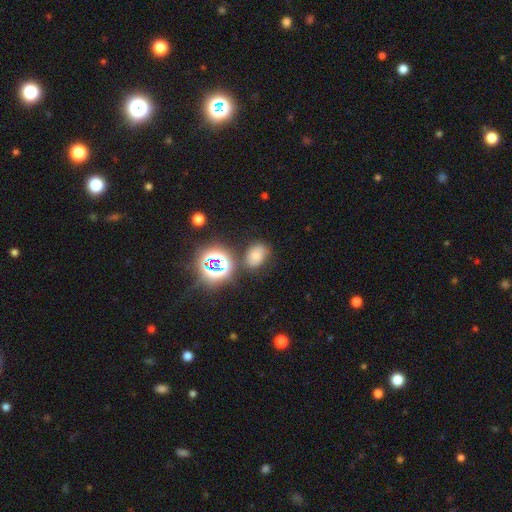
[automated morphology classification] smooth 56%, star or artifact 27%, featured or disk 17%. Down the decision tree: how rounded — in between (70%); merging — none (69%).